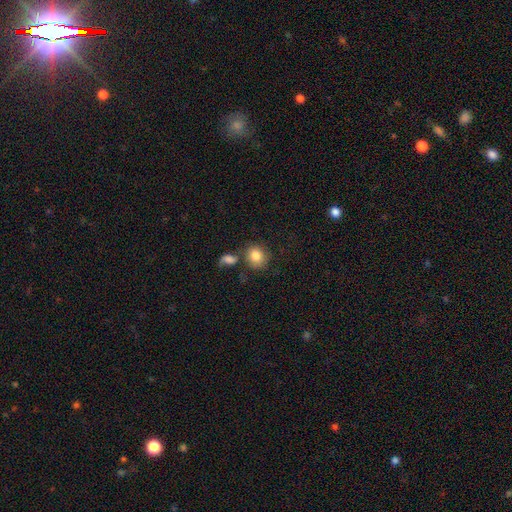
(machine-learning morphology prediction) A smooth galaxy with no disk features (83%) that is round (77%). Merging: none (67%).